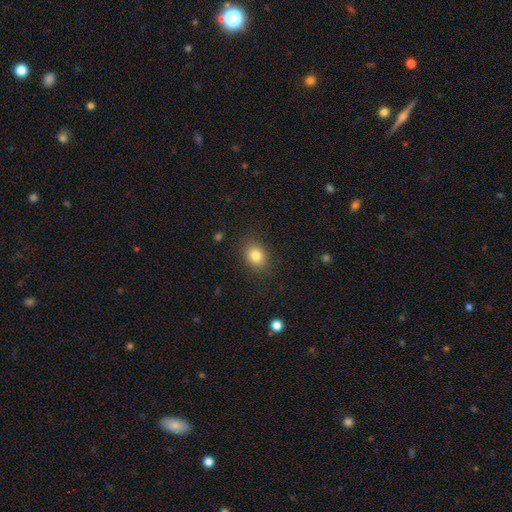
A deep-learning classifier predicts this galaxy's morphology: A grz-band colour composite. It shows a smooth galaxy with no disk features (82%) that is round (50%). Merging: none (85%).